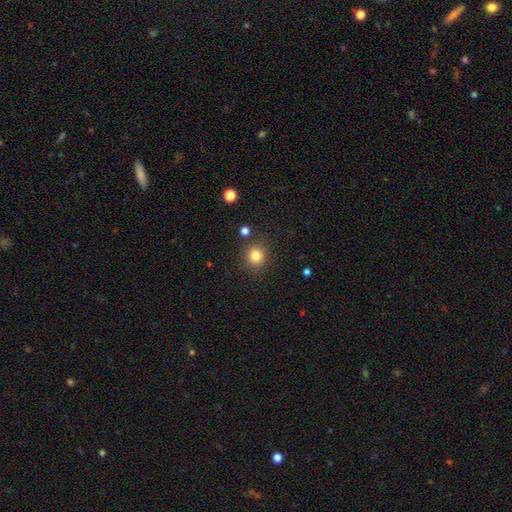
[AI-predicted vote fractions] Smooth or featured? Predicted: smooth (p=0.82). How rounded? Predicted: round (p=0.88). Merging? Predicted: none (p=0.86).